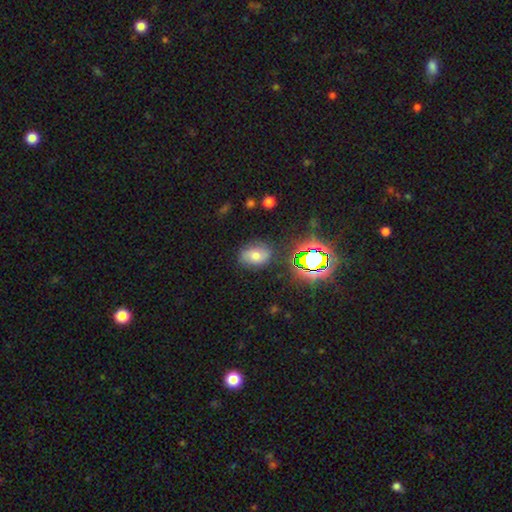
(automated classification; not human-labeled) Morphology: type=smooth (62%); roundness=in between (75%); merging=none (77%).